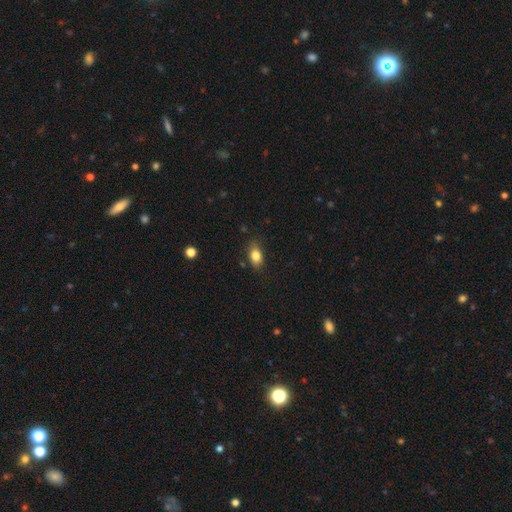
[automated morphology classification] Smooth or featured? Predicted: smooth (p=0.82). How rounded? Predicted: in between (p=0.84). Merging? Predicted: none (p=0.81).